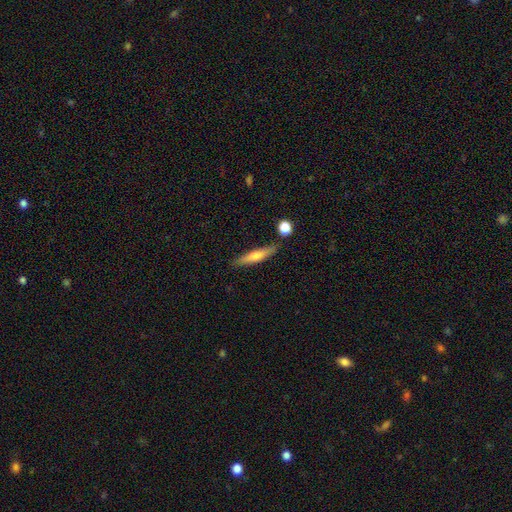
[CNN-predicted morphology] smooth-or-featured: smooth: 56% | featured or disk: 37% | star or artifact: 7%
  how-rounded: cigar-shaped: 87% | in between: 11% | round: 2%
  merging: none: 82% | minor disturbance: 11% | merger: 4% | major disturbance: 2%